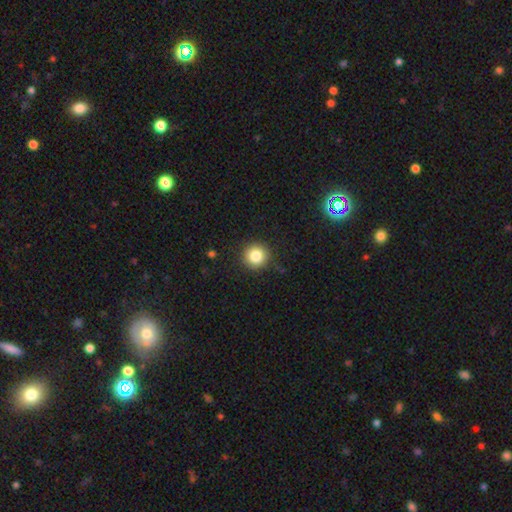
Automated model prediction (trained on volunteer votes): smooth_or_featured: smooth (p=0.83) [alt: star or artifact p=0.11]
how_rounded: round (p=0.94) [alt: in between p=0.05]
merging: none (p=0.89) [alt: minor disturbance p=0.07]